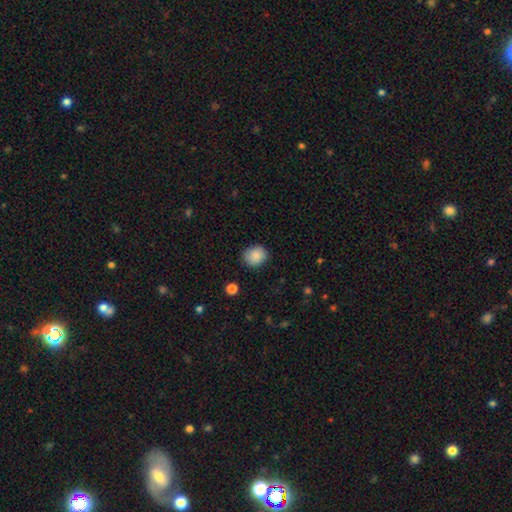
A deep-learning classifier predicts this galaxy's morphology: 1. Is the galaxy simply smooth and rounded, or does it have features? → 87% smooth, 8% star or artifact, 5% featured or disk.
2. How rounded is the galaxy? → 78% round, 22% in between, 1% cigar-shaped.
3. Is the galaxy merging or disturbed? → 84% none, 12% minor disturbance, 3% major disturbance, 1% merger.